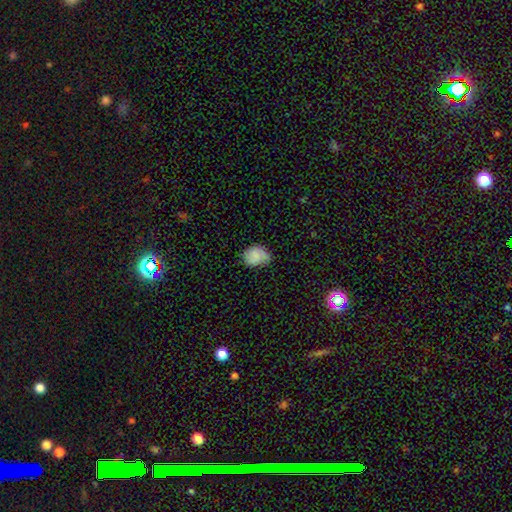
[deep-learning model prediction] Smooth or featured: smooth — 77% (featured or disk — 14%)
How rounded: in between — 54% (round — 45%)
Merging: none — 50% (minor disturbance — 39%)